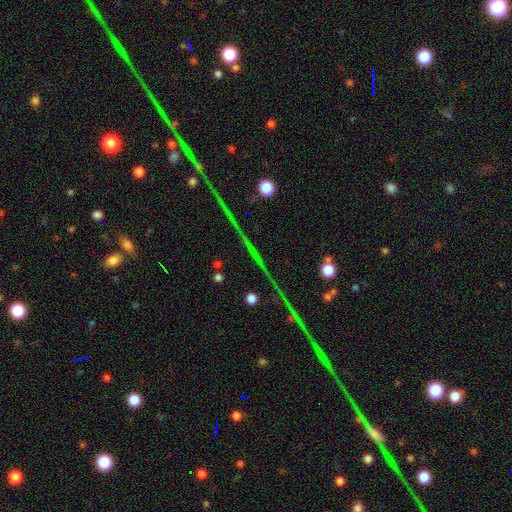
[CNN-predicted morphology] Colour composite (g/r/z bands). It shows a star or artifact, not a galaxy (64%).